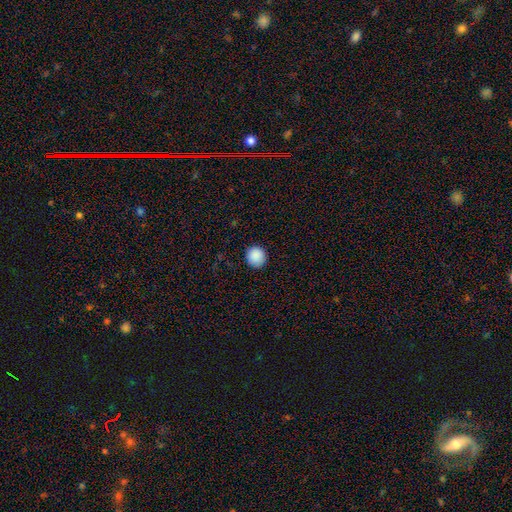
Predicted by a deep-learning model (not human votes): Smooth or featured?
  - smooth: 89% *
  - star or artifact: 8%
  - featured or disk: 2%
How rounded?
  - round: 93% *
  - in between: 7%
  - cigar-shaped: 1%
Merging?
  - none: 91% *
  - minor disturbance: 6%
  - major disturbance: 2%
  - merger: 1%